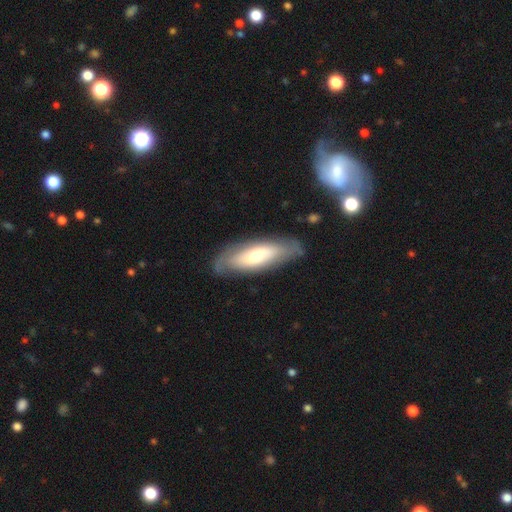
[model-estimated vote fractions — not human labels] A smooth galaxy with no disk features (48%). Merging: none (78%).